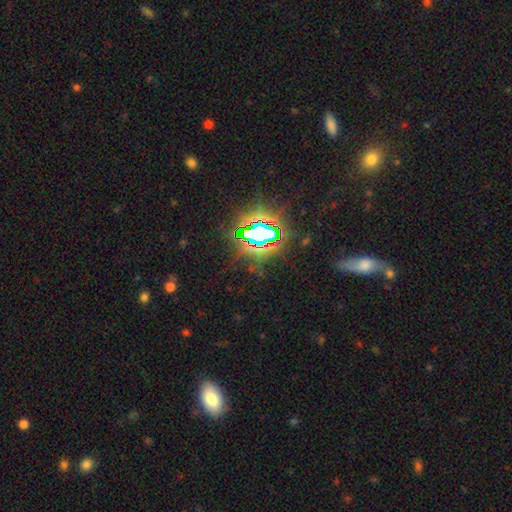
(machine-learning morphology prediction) The model was most divided on "smooth or featured": star or artifact: 78%, smooth: 12%, featured or disk: 10%.